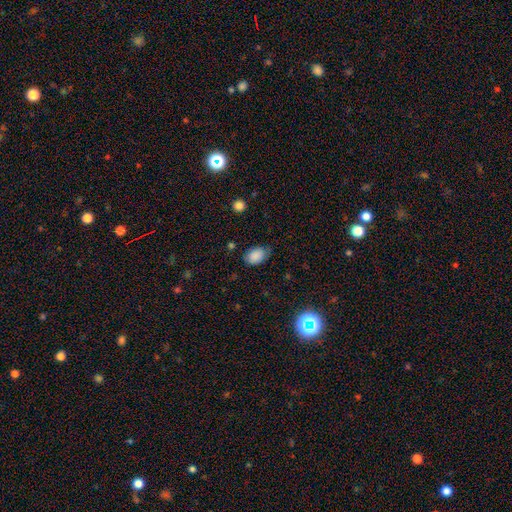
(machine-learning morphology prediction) The model was most divided on "merging": none: 66%, minor disturbance: 27%, major disturbance: 5%, merger: 2%. More confident: smooth or featured — smooth (85%); how rounded — in between (81%).